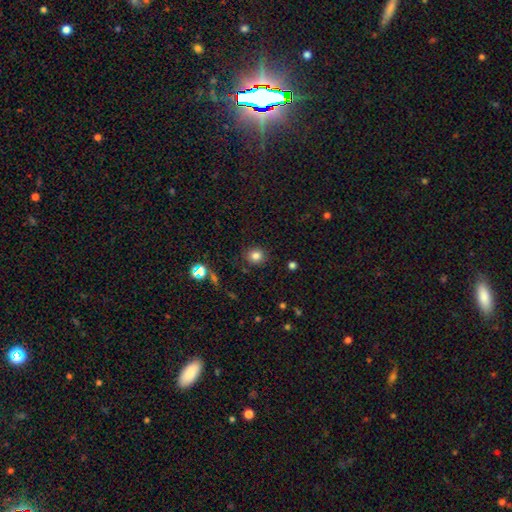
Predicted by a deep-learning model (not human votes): smooth_or_featured: smooth (p=0.80) [alt: star or artifact p=0.14]
how_rounded: round (p=0.86) [alt: in between p=0.13]
merging: none (p=0.87) [alt: minor disturbance p=0.09]